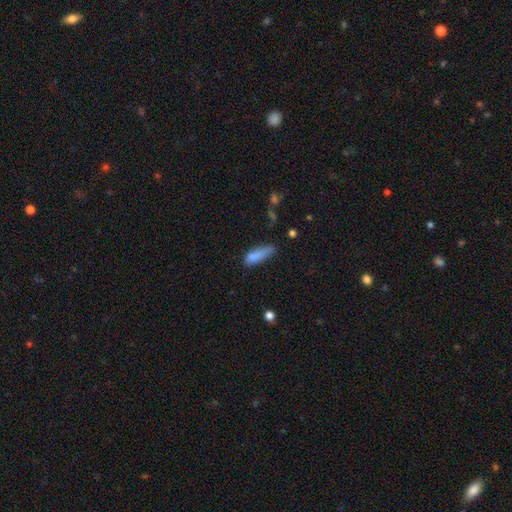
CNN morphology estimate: smooth_or_featured: smooth (p=0.82) [alt: featured or disk p=0.10]
how_rounded: cigar-shaped (p=0.52) [alt: in between p=0.45]
merging: none (p=0.49) [alt: minor disturbance p=0.32]